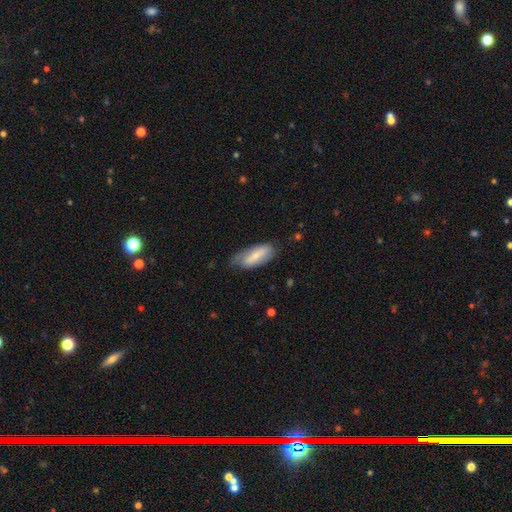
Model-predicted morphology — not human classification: Smooth or featured? Predicted: smooth (p=0.59). How rounded? Predicted: in between (p=0.81). Merging? Predicted: none (p=0.56).